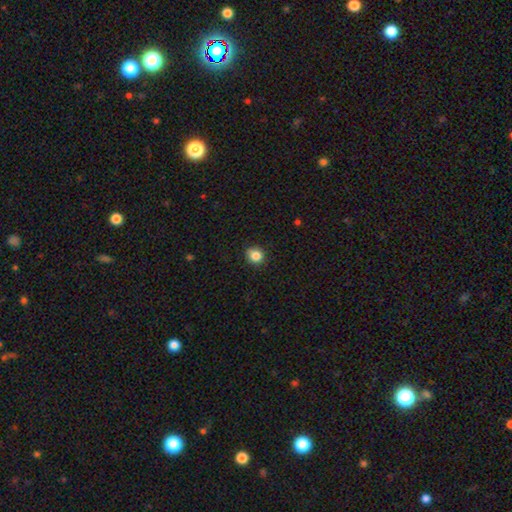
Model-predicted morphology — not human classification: Overall: smooth (84%). How rounded: round (85%). Merging: none (86%).